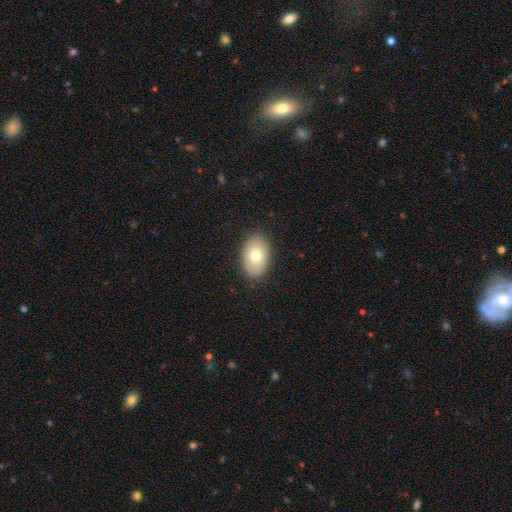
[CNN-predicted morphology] smooth 76%, featured or disk 17%, star or artifact 7%. Down the decision tree: how rounded — in between (88%); merging — none (88%).